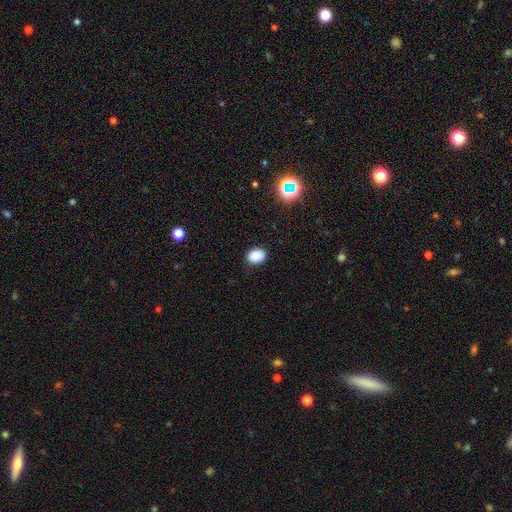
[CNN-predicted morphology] Smooth or featured? smooth (84%)
How rounded? in between (60%)
Merging? none (85%)